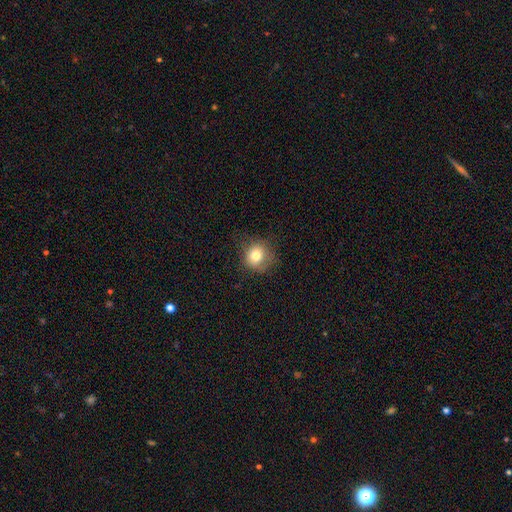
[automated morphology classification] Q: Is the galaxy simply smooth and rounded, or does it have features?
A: smooth — 79%.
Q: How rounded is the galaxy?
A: round — 82%.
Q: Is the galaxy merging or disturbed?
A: none — 71%.